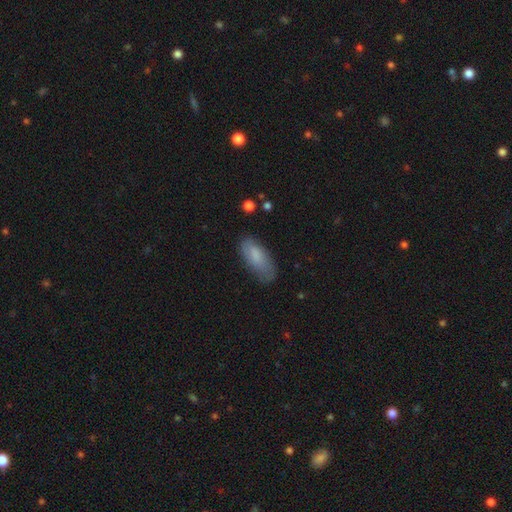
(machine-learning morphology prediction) This is likely a smooth galaxy (77%). How rounded: clearly in between (81%). Merging: likely none (68%).